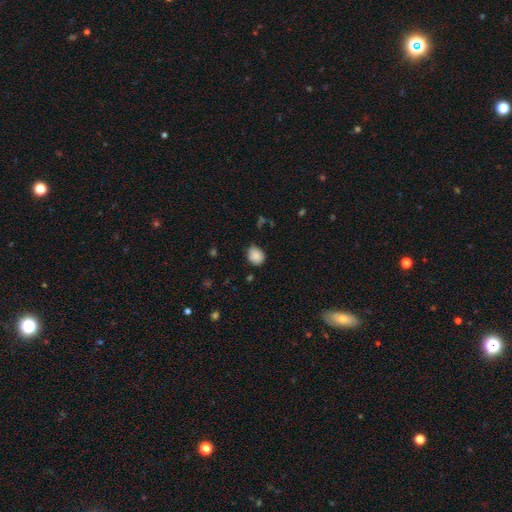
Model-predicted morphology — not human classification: smooth-or-featured: smooth: 87% | star or artifact: 9% | featured or disk: 5%
  how-rounded: round: 59% | in between: 40% | cigar-shaped: 1%
  merging: none: 69% | minor disturbance: 25% | major disturbance: 4% | merger: 2%